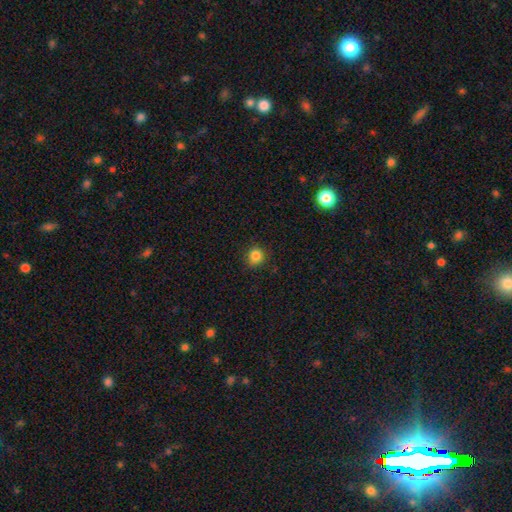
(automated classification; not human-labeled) smooth-or-featured: smooth: 84% | star or artifact: 12% | featured or disk: 4%
  how-rounded: round: 86% | in between: 13% | cigar-shaped: 1%
  merging: none: 87% | minor disturbance: 10% | major disturbance: 2% | merger: 1%